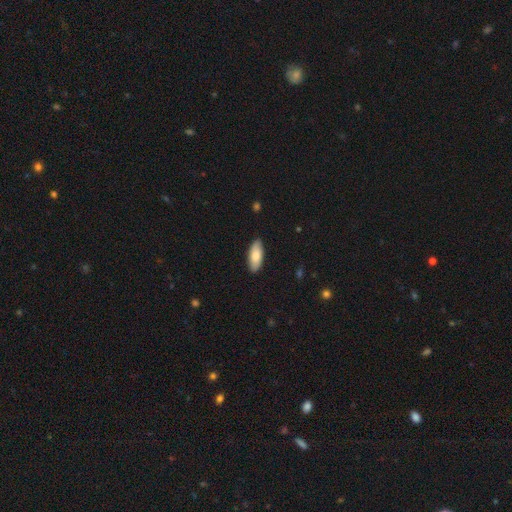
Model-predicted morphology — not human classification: Overall: smooth (79%). How rounded: in between (81%). Merging: none (88%).